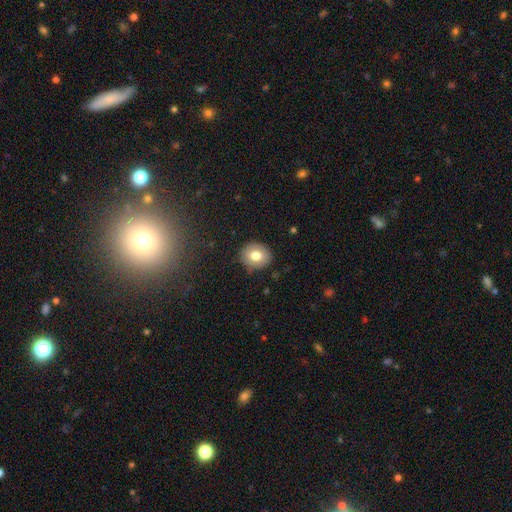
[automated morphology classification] smooth_or_featured: smooth (p=0.75) [alt: featured or disk p=0.17]
how_rounded: round (p=0.63) [alt: in between p=0.37]
merging: none (p=0.87) [alt: minor disturbance p=0.10]